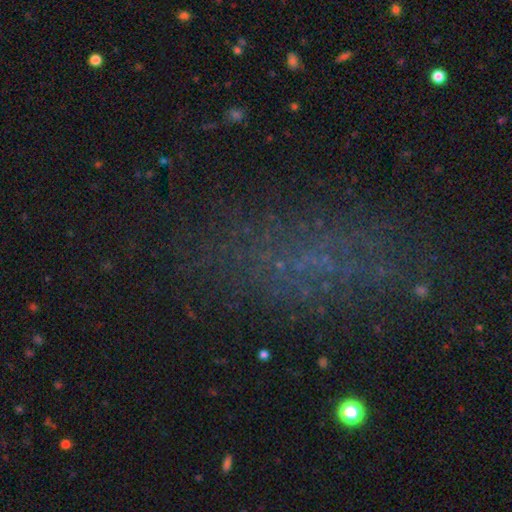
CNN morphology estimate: Q: Smooth or featured?
A: smooth (36%); runner-up: star or artifact (35%)
Q: Merging?
A: none (65%); runner-up: minor disturbance (18%)